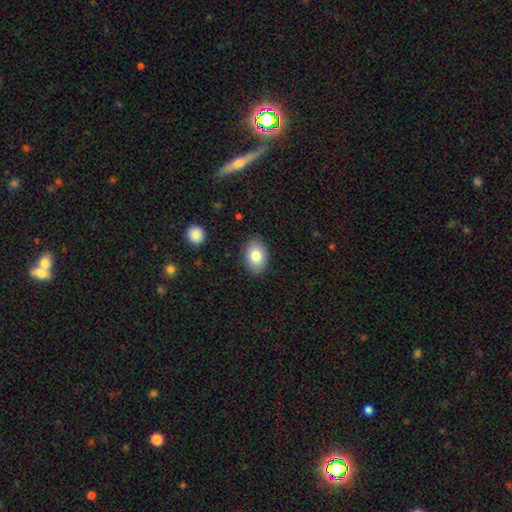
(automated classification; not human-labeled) A smooth galaxy with no disk features (82%) that is in between round and cigar-shaped (82%).

Vote fractions:
- Smooth or featured? smooth: 82% / featured or disk: 10% / star or artifact: 7%
- How rounded? in between: 82% / round: 17% / cigar-shaped: 1%
- Merging? none: 87% / minor disturbance: 10% / major disturbance: 2% / merger: 1%